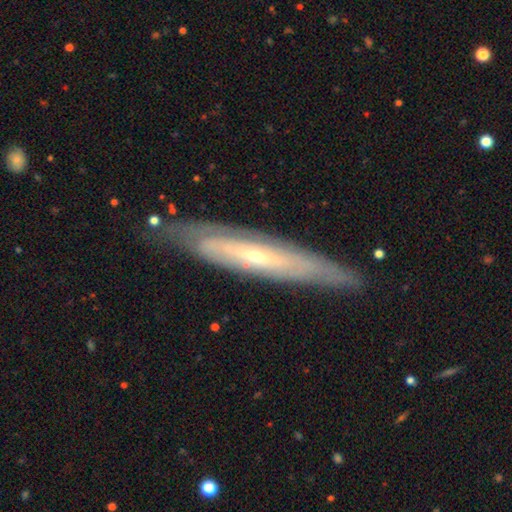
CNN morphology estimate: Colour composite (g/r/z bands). It shows a featured or disk galaxy (75%) viewed edge-on (58%). Merging: none (81%).